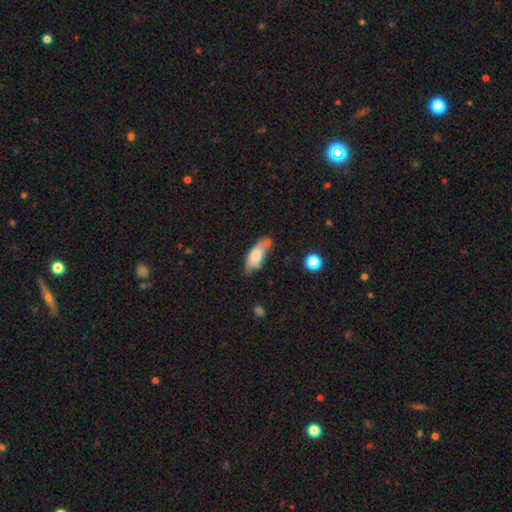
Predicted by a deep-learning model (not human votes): Overall: smooth (73%). How rounded: in between (79%). Merging: none (51%; minor disturbance 27%).